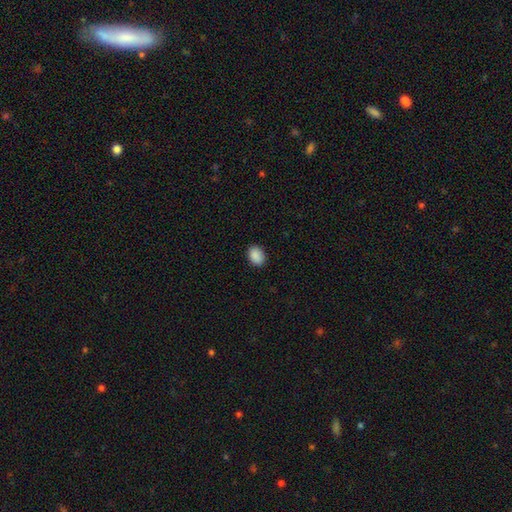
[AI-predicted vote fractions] Overall: smooth (90%). How rounded: in between (73%). Merging: none (89%).